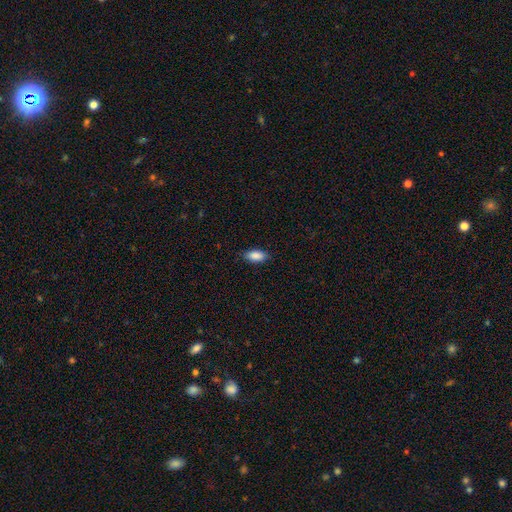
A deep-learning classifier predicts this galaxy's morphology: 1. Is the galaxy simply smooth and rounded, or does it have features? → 88% smooth, 7% star or artifact, 5% featured or disk.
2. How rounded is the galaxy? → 89% in between, 8% cigar-shaped, 3% round.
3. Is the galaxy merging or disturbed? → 85% none, 12% minor disturbance, 2% major disturbance, 1% merger.